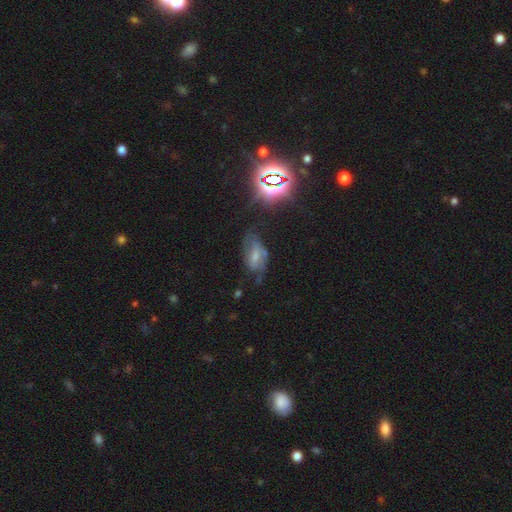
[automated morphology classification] This appears to be a featured or disk galaxy (45%). Merging: none (48%).